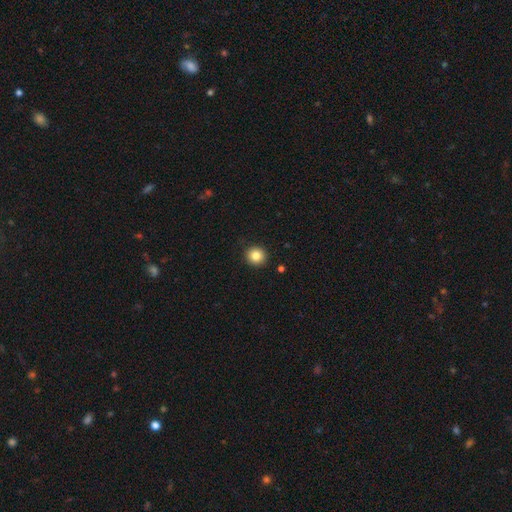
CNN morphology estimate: Overall: smooth (83%). How rounded: round (93%). Merging: none (91%).